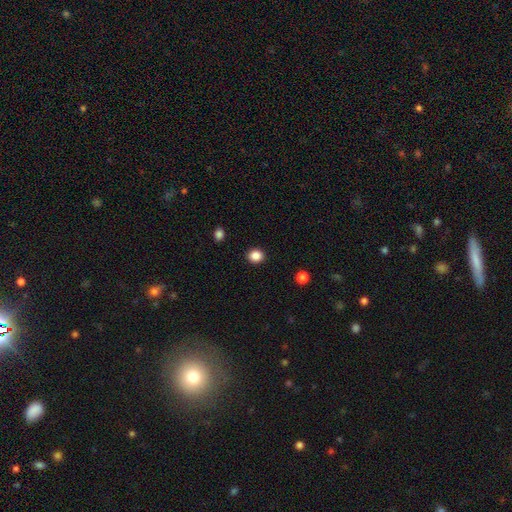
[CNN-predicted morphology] This appears to be a smooth galaxy with no disk features (86%) that is round (76%). Merging: none (91%).